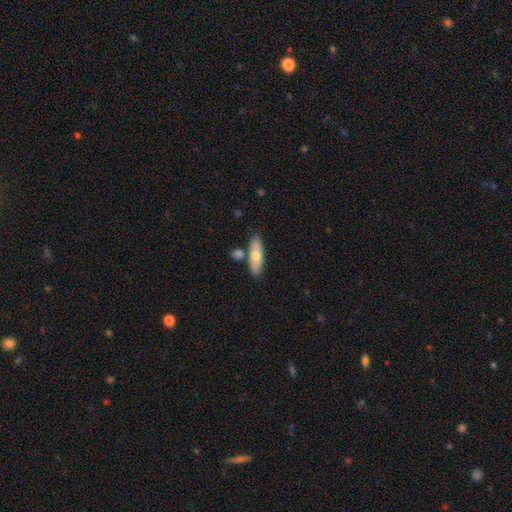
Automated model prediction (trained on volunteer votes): Smooth or featured?
  - smooth: 67% *
  - featured or disk: 27%
  - star or artifact: 6%
How rounded?
  - in between: 57% *
  - cigar-shaped: 39%
  - round: 3%
Merging?
  - none: 74% *
  - merger: 12%
  - minor disturbance: 11%
  - major disturbance: 2%